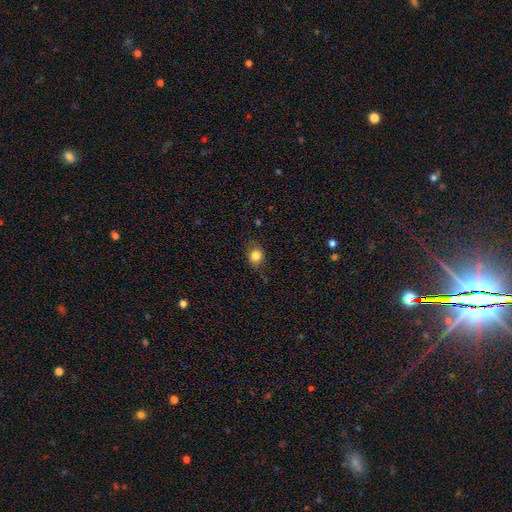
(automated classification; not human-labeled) smooth-or-featured: smooth: 83% | star or artifact: 11% | featured or disk: 6%
  how-rounded: round: 72% | in between: 27% | cigar-shaped: 1%
  merging: none: 79% | minor disturbance: 16% | major disturbance: 4% | merger: 1%